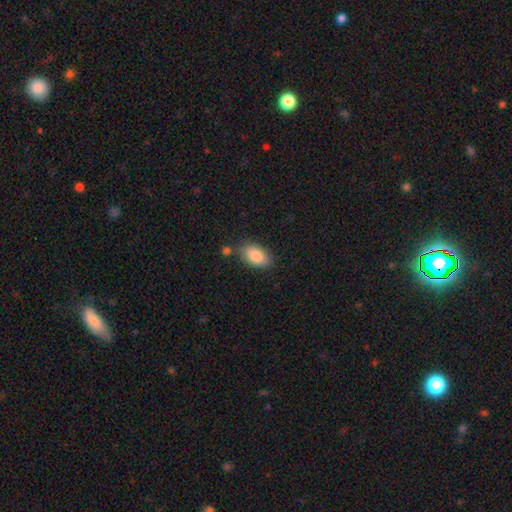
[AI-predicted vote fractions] This is clearly a smooth galaxy (86%). How rounded: clearly in between (92%). Merging: likely none (75%).